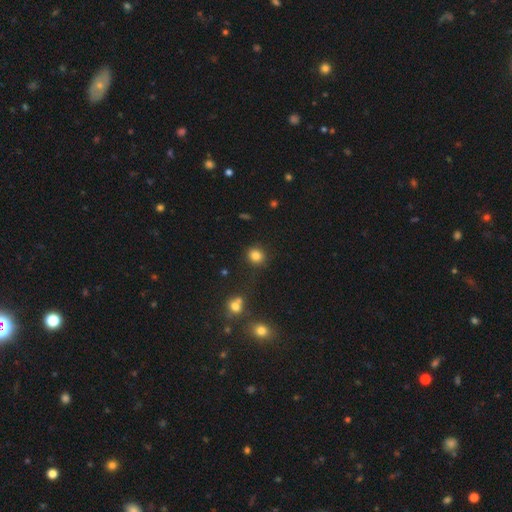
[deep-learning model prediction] Q: Smooth or featured?
A: smooth (83%); runner-up: star or artifact (12%)
Q: How rounded?
A: round (82%); runner-up: in between (17%)
Q: Merging?
A: none (86%); runner-up: minor disturbance (8%)